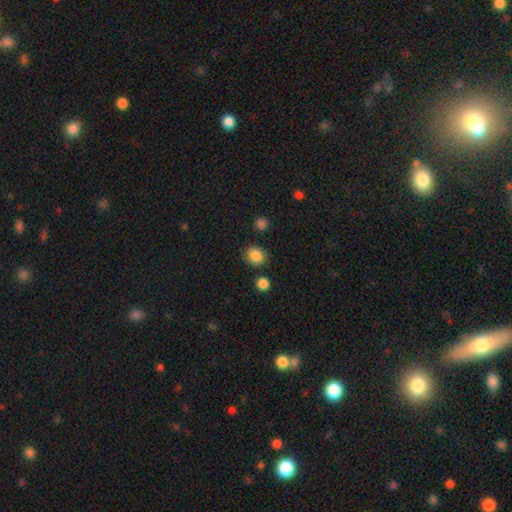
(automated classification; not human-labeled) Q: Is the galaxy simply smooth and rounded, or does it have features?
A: smooth — 86%.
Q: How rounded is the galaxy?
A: round — 66%.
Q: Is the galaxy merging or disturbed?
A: none — 81%.